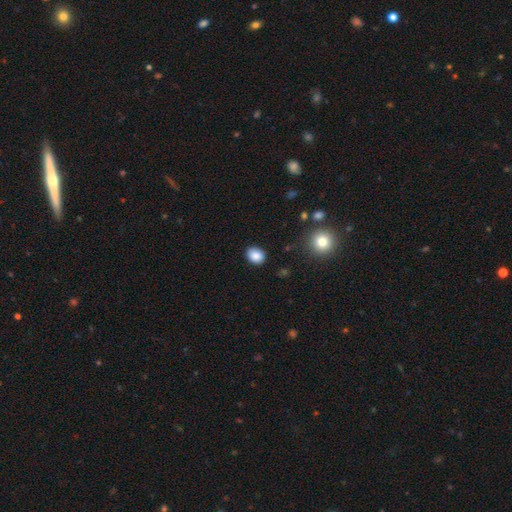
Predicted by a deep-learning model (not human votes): A smooth galaxy with no disk features (87%) that is in between round and cigar-shaped (53%). Merging: none (87%).